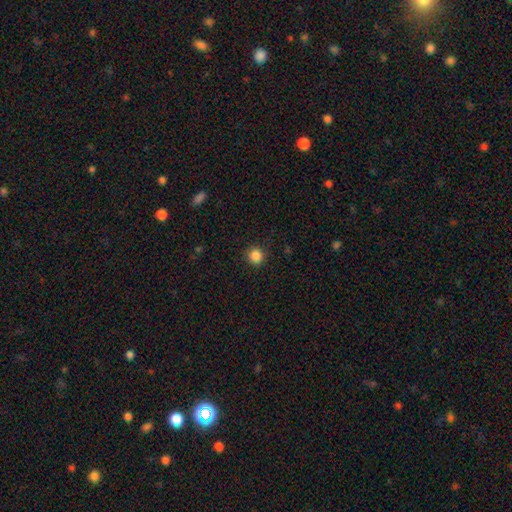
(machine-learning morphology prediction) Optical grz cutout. It shows a smooth galaxy with no disk features (85%) that is round (93%). Merging: none (89%).